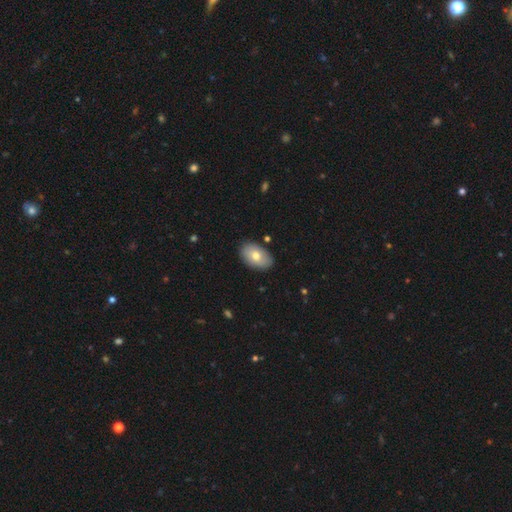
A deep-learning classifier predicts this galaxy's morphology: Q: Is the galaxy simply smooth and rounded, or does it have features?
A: smooth — 71%.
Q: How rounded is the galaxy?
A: in between — 92%.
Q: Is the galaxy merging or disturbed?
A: none — 86%.